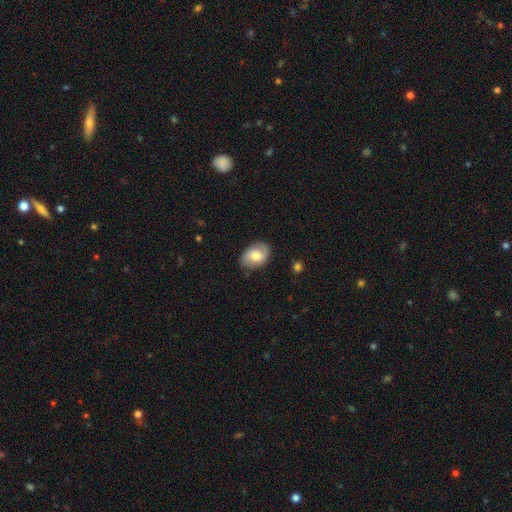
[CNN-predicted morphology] A smooth galaxy with no disk features (69%) that is in between round and cigar-shaped (74%). Merging: none (75%).